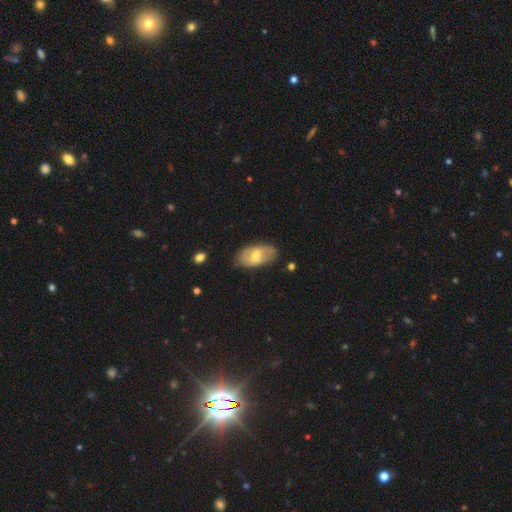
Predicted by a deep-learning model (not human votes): This is possibly a smooth galaxy (52%). How rounded: clearly in between (93%). Merging: likely none (75%).